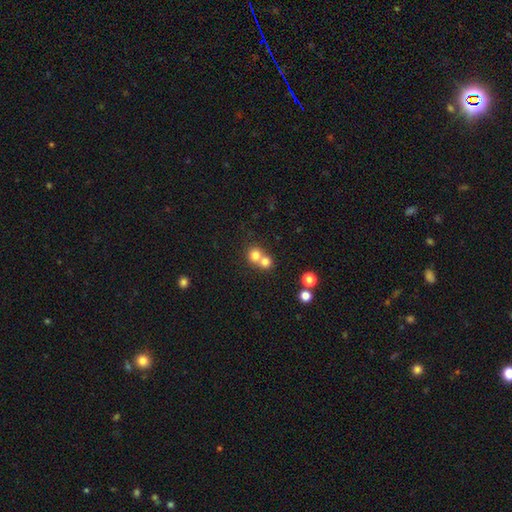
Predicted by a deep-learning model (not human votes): Q: Smooth or featured?
A: smooth (76%); runner-up: star or artifact (12%)
Q: How rounded?
A: round (85%); runner-up: in between (14%)
Q: Merging?
A: merger (57%); runner-up: none (36%)